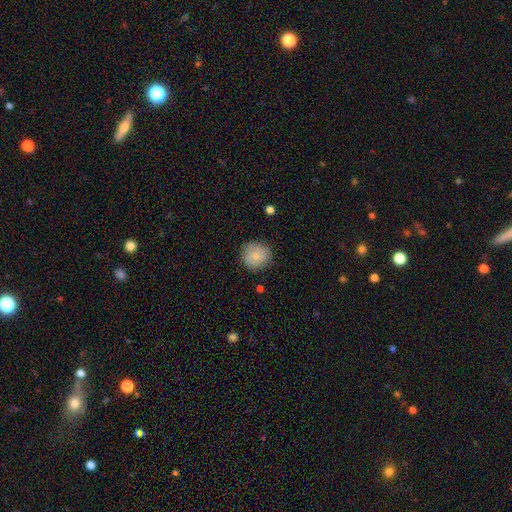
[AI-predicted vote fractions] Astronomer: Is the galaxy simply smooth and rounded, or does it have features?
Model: smooth — 84%.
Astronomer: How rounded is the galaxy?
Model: round — 90%.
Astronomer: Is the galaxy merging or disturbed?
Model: none — 82%.